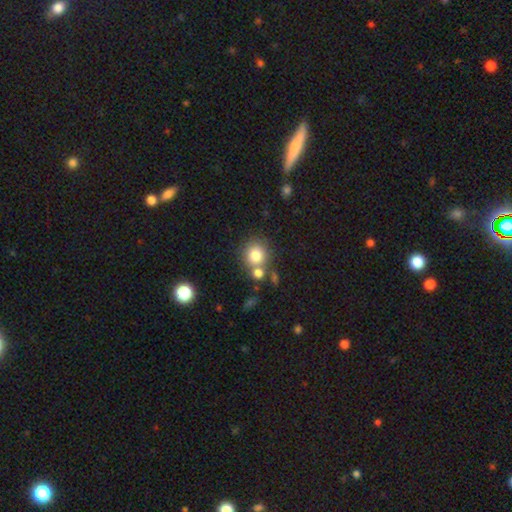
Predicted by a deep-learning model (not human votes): Morphology: type=smooth (80%); roundness=round (86%); merging=none (62%).